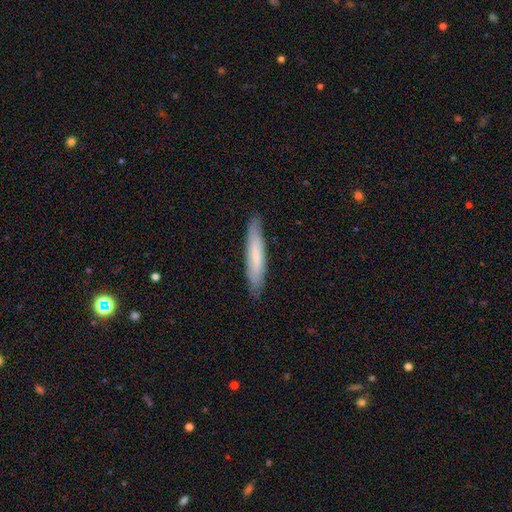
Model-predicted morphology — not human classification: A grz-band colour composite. It shows a smooth galaxy with no disk features (66%) that is cigar-shaped (89%). Merging: none (86%).